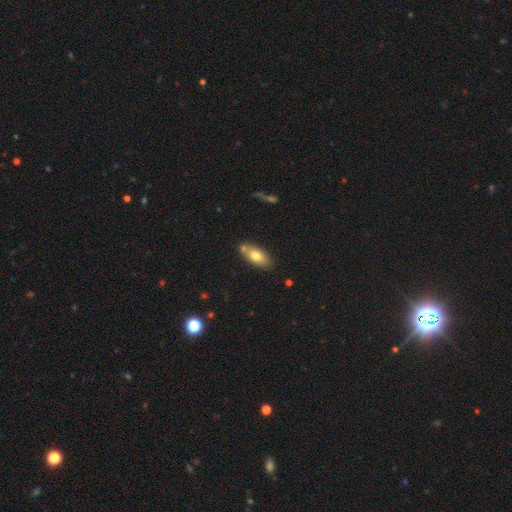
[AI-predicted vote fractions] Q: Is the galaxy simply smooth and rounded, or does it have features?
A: smooth — 71%.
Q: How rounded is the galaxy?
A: in between — 85%.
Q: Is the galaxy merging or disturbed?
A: none — 64%.